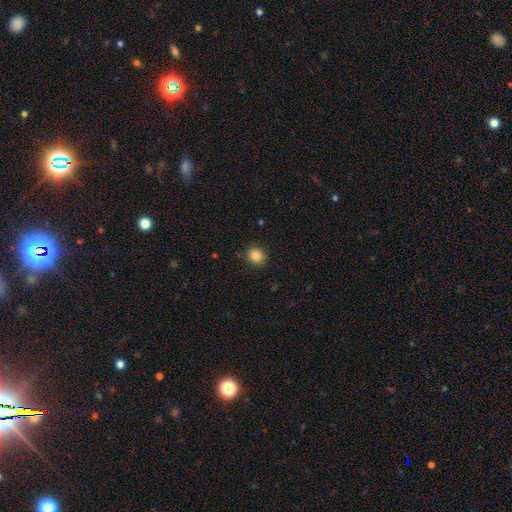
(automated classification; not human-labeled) A smooth galaxy with no disk features (85%) that is round (85%). Merging: none (90%).